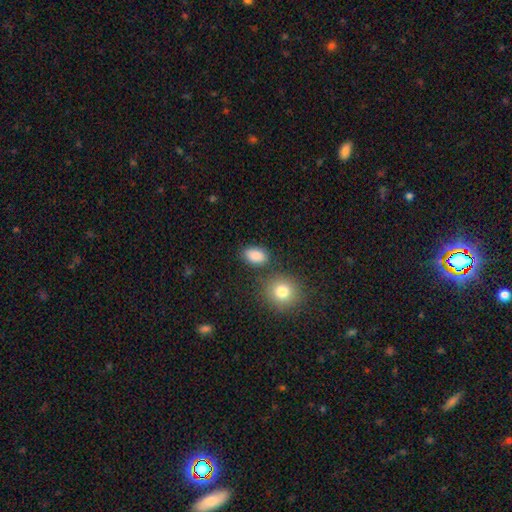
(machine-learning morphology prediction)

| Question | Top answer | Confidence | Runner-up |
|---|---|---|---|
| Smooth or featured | smooth | 87% | star or artifact (9%) |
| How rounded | in between | 87% | round (11%) |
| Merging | none | 77% | minor disturbance (13%) |